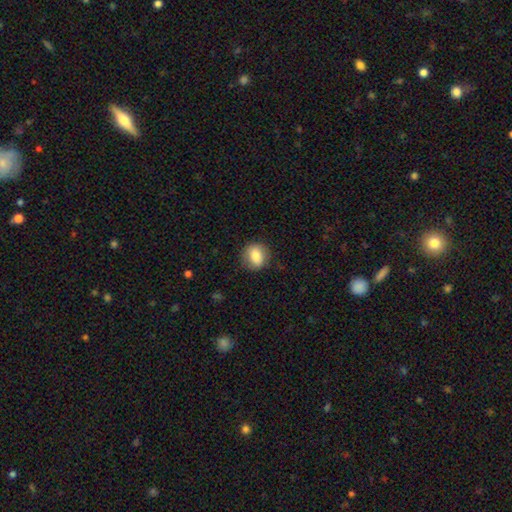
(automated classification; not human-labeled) Smooth or featured?
  - smooth: 79% *
  - featured or disk: 13%
  - star or artifact: 8%
How rounded?
  - round: 71% *
  - in between: 28%
  - cigar-shaped: 1%
Merging?
  - none: 83% *
  - minor disturbance: 13%
  - major disturbance: 4%
  - merger: 1%